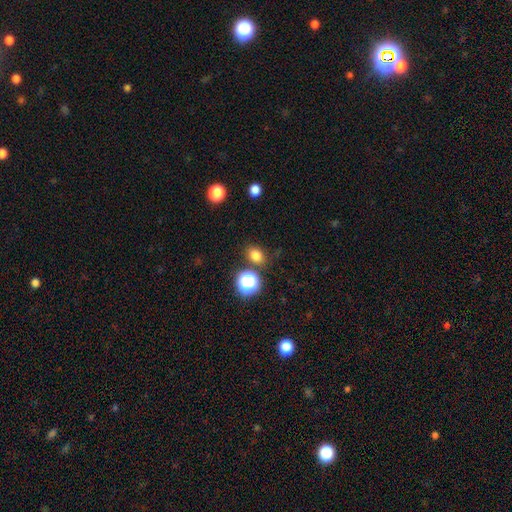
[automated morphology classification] This is likely a smooth galaxy (77%). How rounded: possibly in between (51%). Merging: likely none (78%).